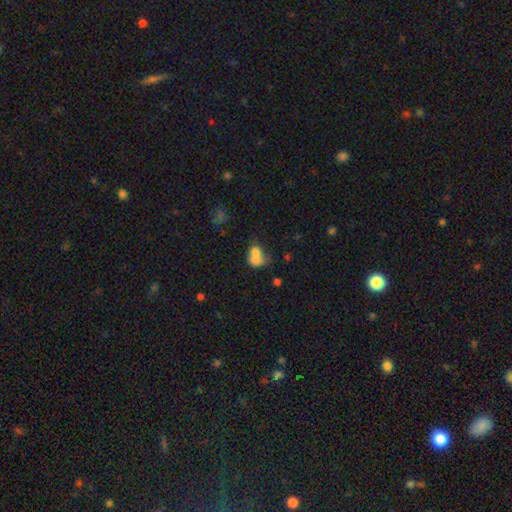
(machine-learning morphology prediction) Overall: smooth (70%). How rounded: round (50%; in between 49%). Merging: merger (68%).